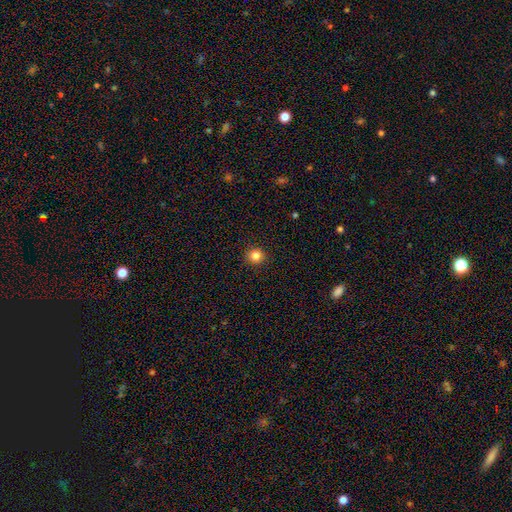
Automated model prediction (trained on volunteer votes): smooth 84%, star or artifact 12%, featured or disk 4%. Down the decision tree: how rounded — round (93%); merging — none (92%).